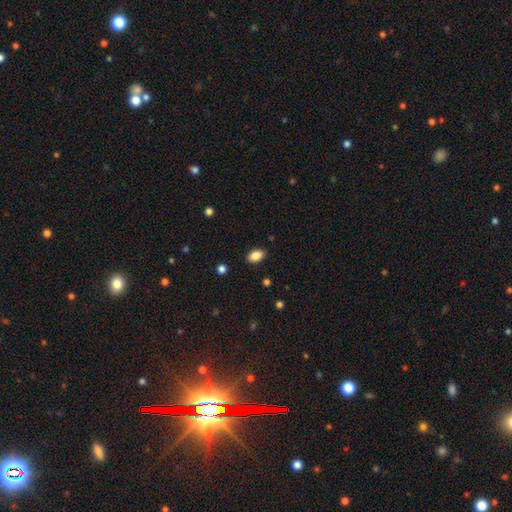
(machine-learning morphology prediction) This is clearly a smooth galaxy (85%). How rounded: clearly in between (89%). Merging: clearly none (88%).